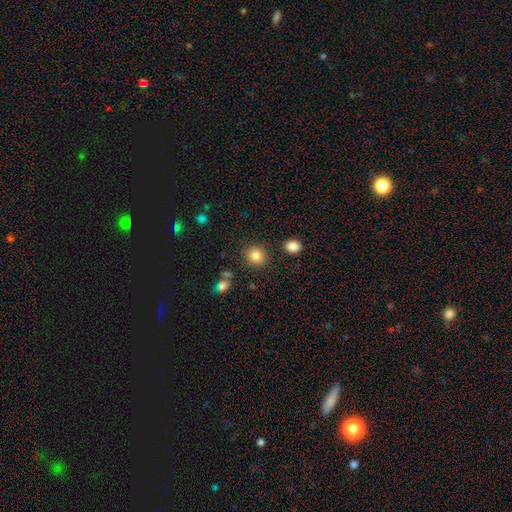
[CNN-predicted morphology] Smooth or featured?
  - smooth: 85% *
  - star or artifact: 10%
  - featured or disk: 5%
How rounded?
  - round: 87% *
  - in between: 12%
  - cigar-shaped: 1%
Merging?
  - none: 86% *
  - minor disturbance: 8%
  - merger: 3%
  - major disturbance: 3%